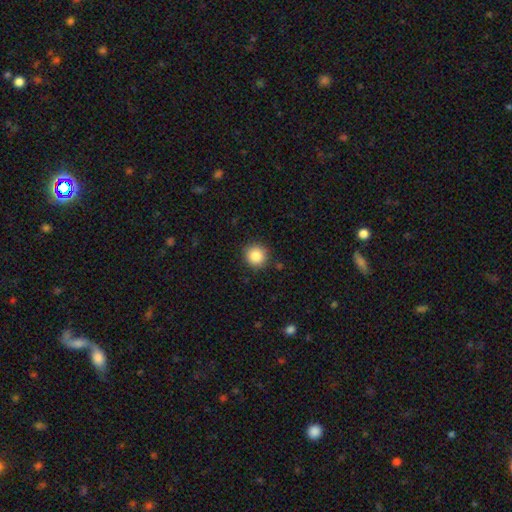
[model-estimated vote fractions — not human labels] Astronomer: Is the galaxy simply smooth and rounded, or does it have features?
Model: smooth — 85%.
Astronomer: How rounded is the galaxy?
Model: round — 94%.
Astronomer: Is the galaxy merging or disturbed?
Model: none — 90%.